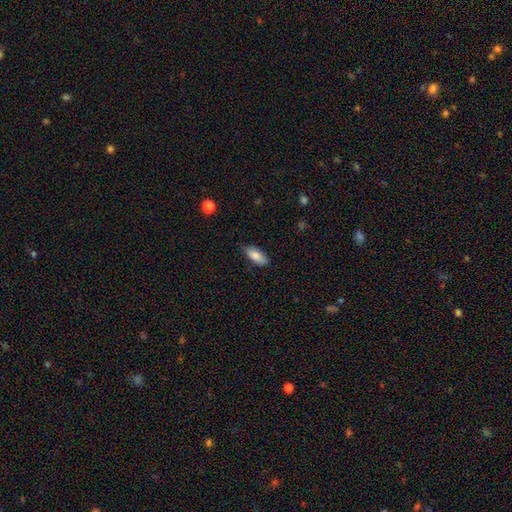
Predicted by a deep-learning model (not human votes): This appears to be a smooth galaxy with no disk features (84%) that is in between round and cigar-shaped (83%). Merging: none (77%).